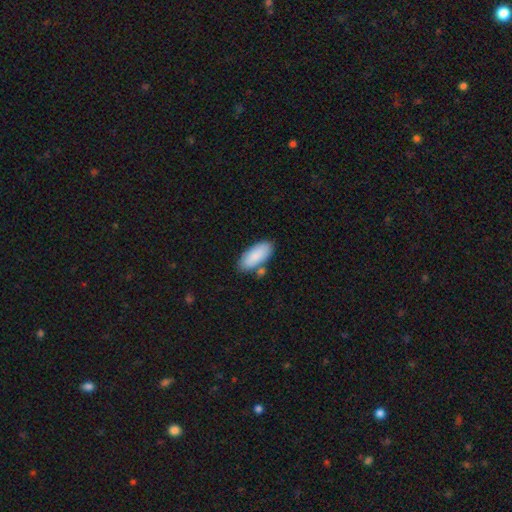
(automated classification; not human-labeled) Smooth or featured? Predicted: smooth (p=0.87). How rounded? Predicted: in between (p=0.87). Merging? Predicted: none (p=0.71).